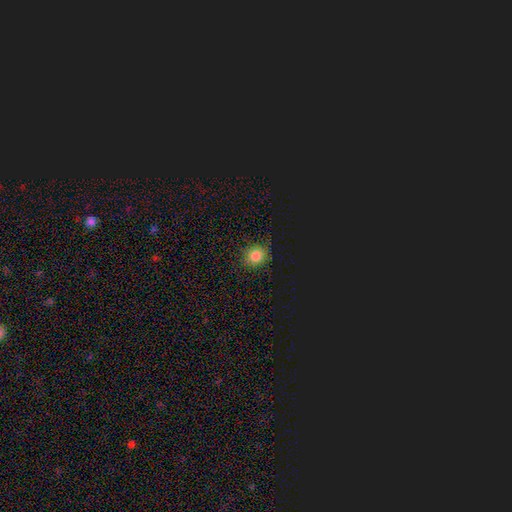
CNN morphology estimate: A smooth galaxy with no disk features (77%) that is round (81%).

Vote fractions:
- Smooth or featured? smooth: 77% / star or artifact: 18% / featured or disk: 5%
- How rounded? round: 81% / in between: 18% / cigar-shaped: 1%
- Merging? none: 84% / minor disturbance: 12% / major disturbance: 3% / merger: 1%